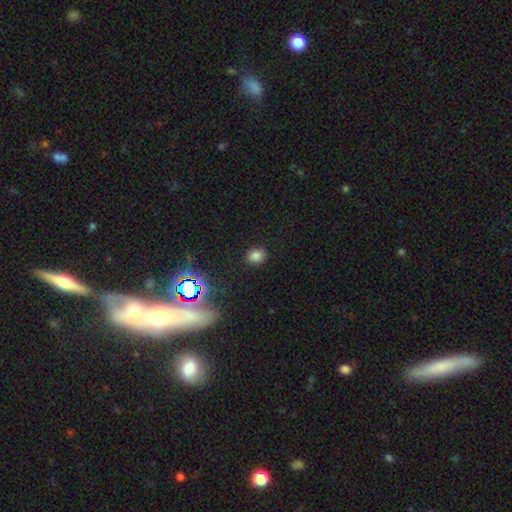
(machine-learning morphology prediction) The model was most divided on "how rounded": round: 55%, in between: 44%, cigar-shaped: 1%. More confident: merging — none (87%); smooth or featured — smooth (77%).